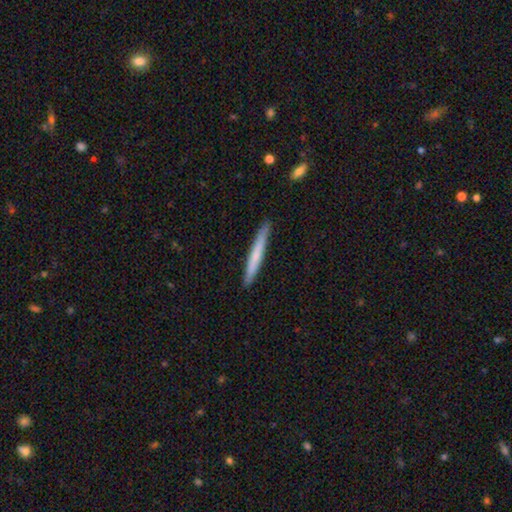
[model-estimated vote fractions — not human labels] The model was most divided on "smooth or featured": smooth: 64%, featured or disk: 31%, star or artifact: 5%. More confident: how rounded — cigar-shaped (97%); merging — none (91%).